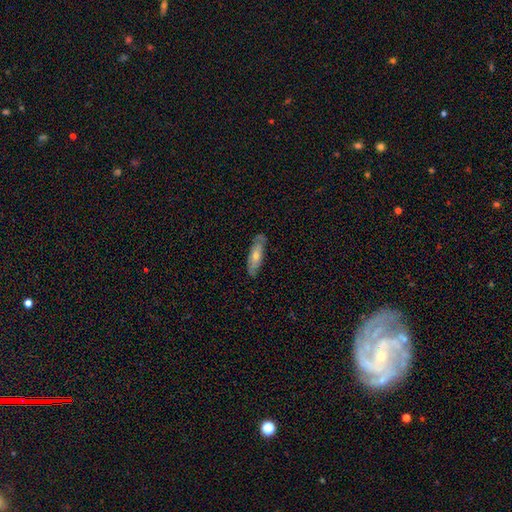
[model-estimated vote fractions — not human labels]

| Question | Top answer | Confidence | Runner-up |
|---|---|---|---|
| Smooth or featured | featured or disk | 49% | smooth (44%) |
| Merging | none | 80% | minor disturbance (16%) |